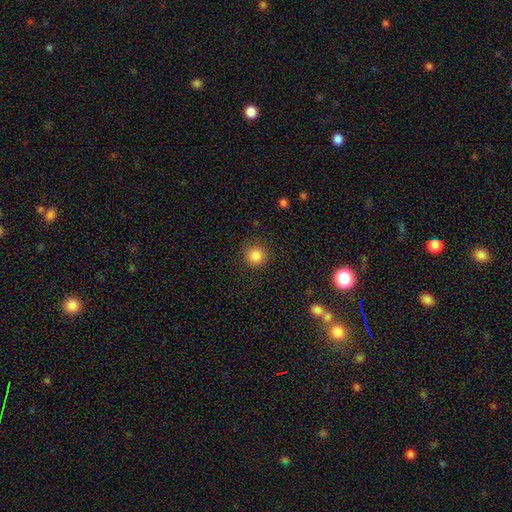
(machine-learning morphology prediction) Overall: smooth (85%). How rounded: round (94%). Merging: none (88%).